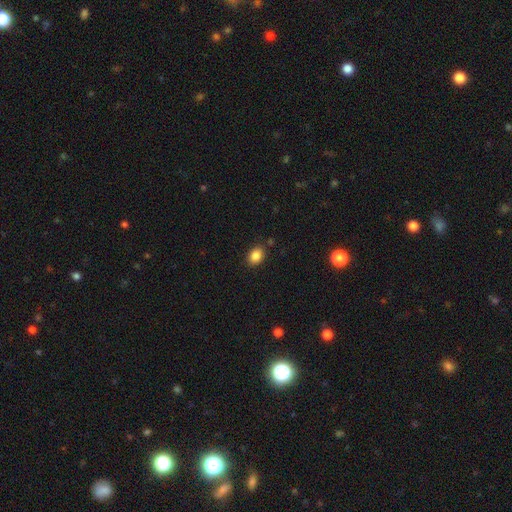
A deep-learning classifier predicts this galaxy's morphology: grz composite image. It shows a smooth galaxy with no disk features (86%) that is in between round and cigar-shaped (65%). Merging: none (86%).